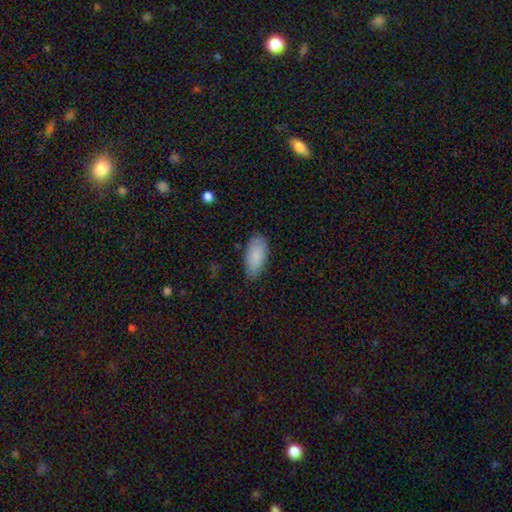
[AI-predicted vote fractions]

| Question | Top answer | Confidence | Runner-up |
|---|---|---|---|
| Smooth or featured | smooth | 88% | featured or disk (6%) |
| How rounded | in between | 91% | cigar-shaped (7%) |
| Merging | none | 79% | minor disturbance (17%) |